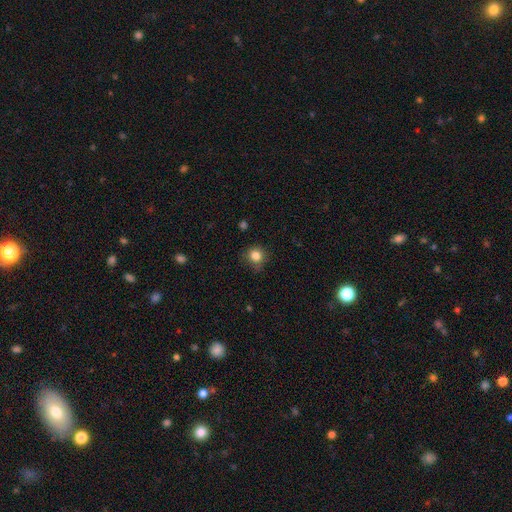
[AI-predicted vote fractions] The model was most divided on "merging": none: 75%, minor disturbance: 19%, major disturbance: 5%, merger: 1%. More confident: how rounded — round (89%); smooth or featured — smooth (83%).